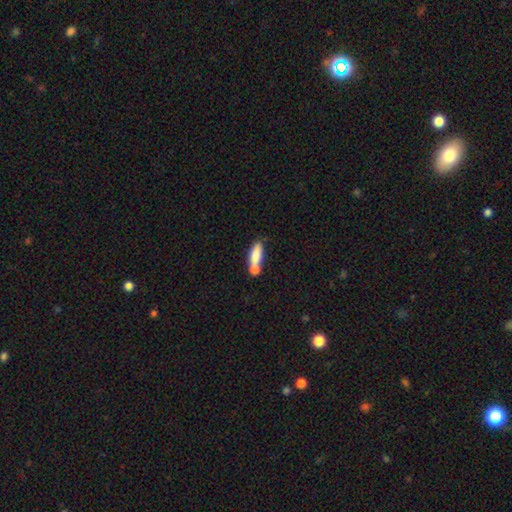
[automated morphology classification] Smooth or featured: smooth — 76% (featured or disk — 17%)
How rounded: in between — 57% (cigar-shaped — 40%)
Merging: merger — 46% (none — 35%)